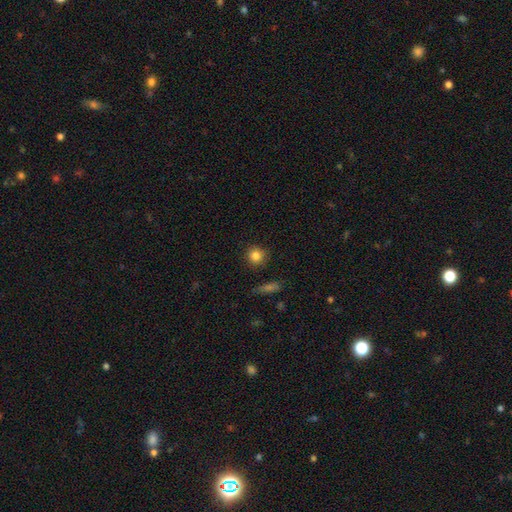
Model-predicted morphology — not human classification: Smooth or featured: smooth — 83% (star or artifact — 11%)
How rounded: round — 92% (in between — 7%)
Merging: none — 87% (minor disturbance — 8%)